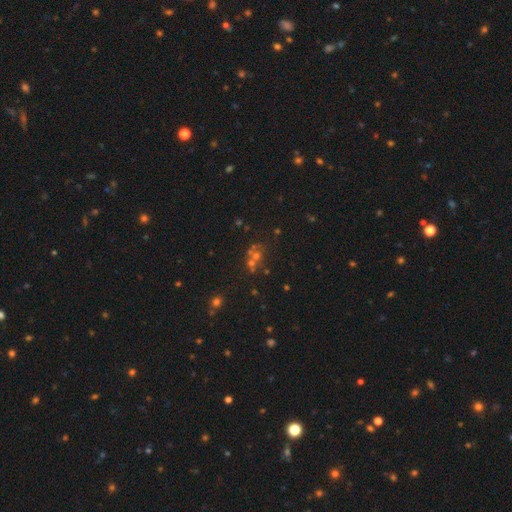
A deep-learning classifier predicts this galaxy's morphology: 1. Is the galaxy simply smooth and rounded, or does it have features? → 39% star or artifact (tied), 39% smooth (tied), 22% featured or disk.